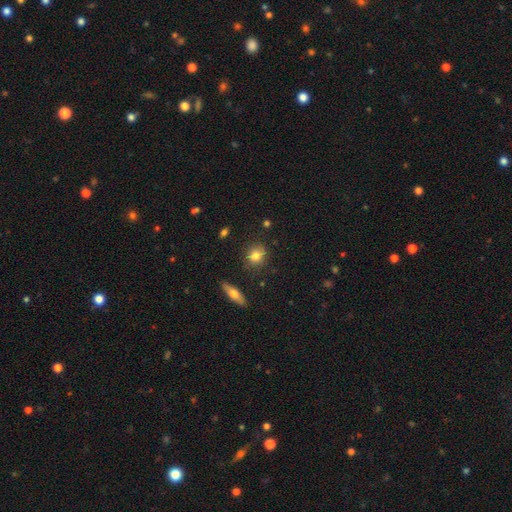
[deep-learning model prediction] Smooth or featured?
  - smooth: 78% *
  - featured or disk: 12%
  - star or artifact: 10%
How rounded?
  - round: 65% *
  - in between: 32%
  - cigar-shaped: 3%
Merging?
  - none: 78% *
  - minor disturbance: 15%
  - major disturbance: 3%
  - merger: 3%